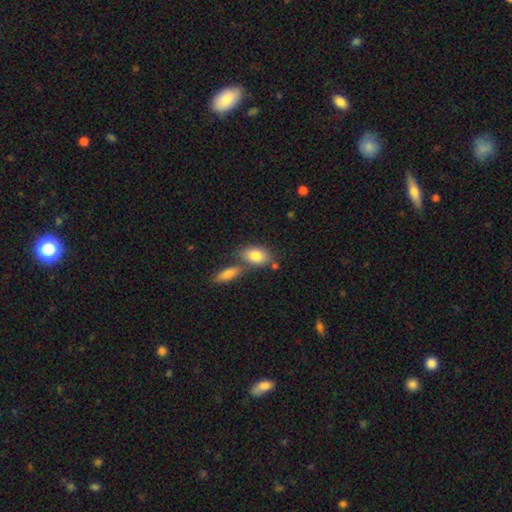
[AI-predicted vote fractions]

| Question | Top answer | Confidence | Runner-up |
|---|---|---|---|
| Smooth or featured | smooth | 82% | featured or disk (11%) |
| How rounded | in between | 86% | round (10%) |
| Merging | none | 54% | merger (29%) |